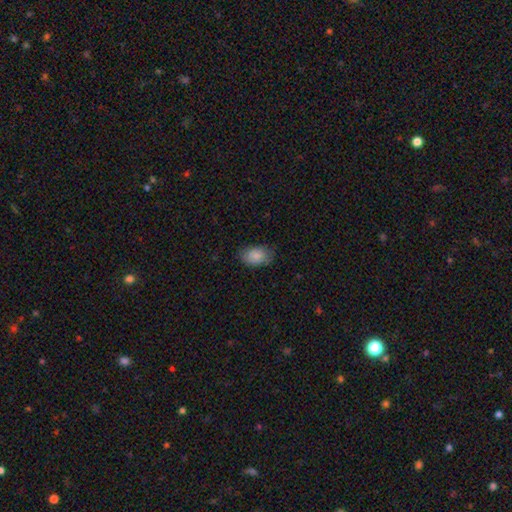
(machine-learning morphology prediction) A smooth galaxy with no disk features (86%) that is in between round and cigar-shaped (89%).

Vote fractions:
- Smooth or featured? smooth: 86% / featured or disk: 7% / star or artifact: 7%
- How rounded? in between: 89% / round: 10% / cigar-shaped: 1%
- Merging? none: 76% / minor disturbance: 19% / major disturbance: 4% / merger: 1%